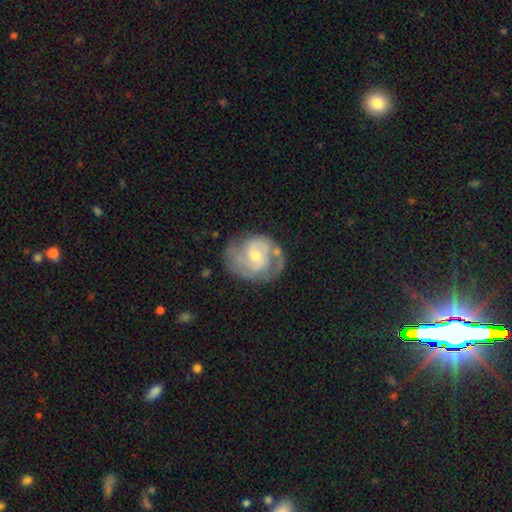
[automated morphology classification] featured or disk 79%, smooth 15%, star or artifact 5%. Down the decision tree: edge-on disk — no (98%); bar — no (52%); spiral arms — yes (93%); spiral arm count — 2 (75%); spiral winding — medium (48%); bulge size — moderate (48%); merging — none (62%).